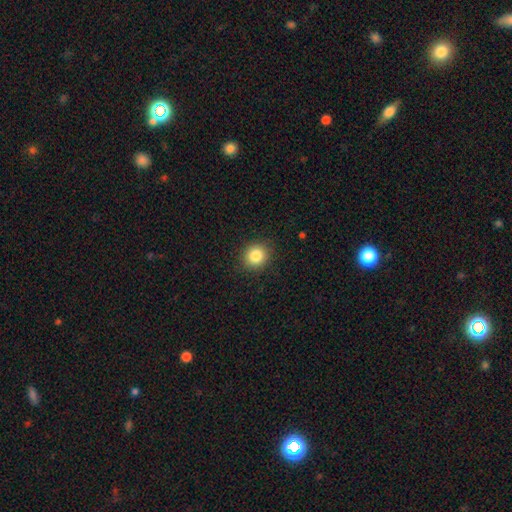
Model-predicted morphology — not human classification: Overall: smooth (84%). How rounded: round (81%). Merging: none (89%).